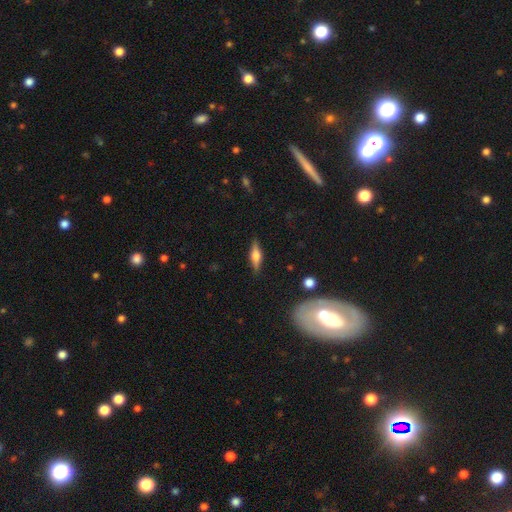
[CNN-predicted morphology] A featured or disk galaxy (55%) viewed edge-on (94%) with a rounded central bulge (86%). Merging: none (86%).